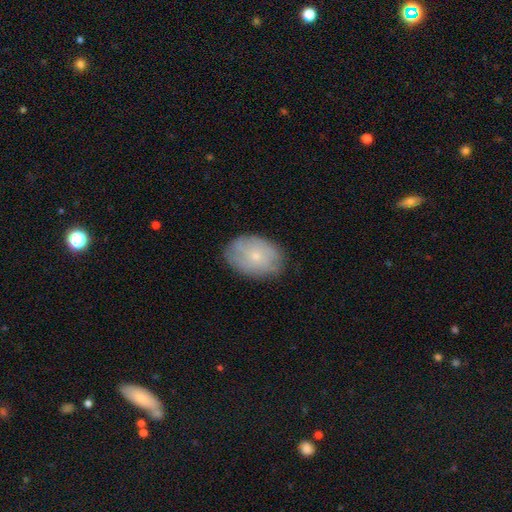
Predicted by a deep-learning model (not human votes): Overall: smooth (59%; featured or disk 34%). How rounded: in between (78%). Merging: none (80%).